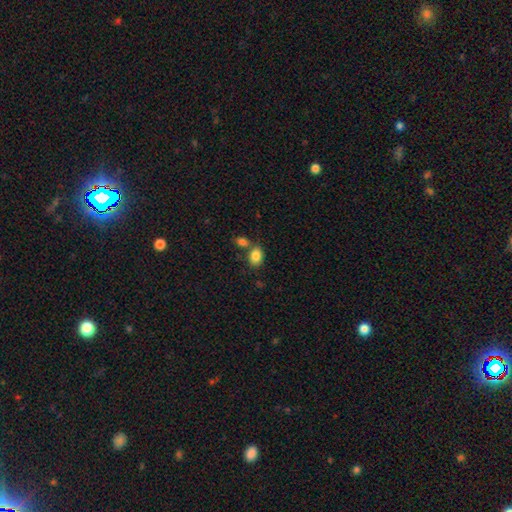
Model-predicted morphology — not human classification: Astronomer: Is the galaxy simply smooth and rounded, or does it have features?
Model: smooth — 85%.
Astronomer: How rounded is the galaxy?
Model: in between — 76%.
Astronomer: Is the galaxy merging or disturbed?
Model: none — 57%.